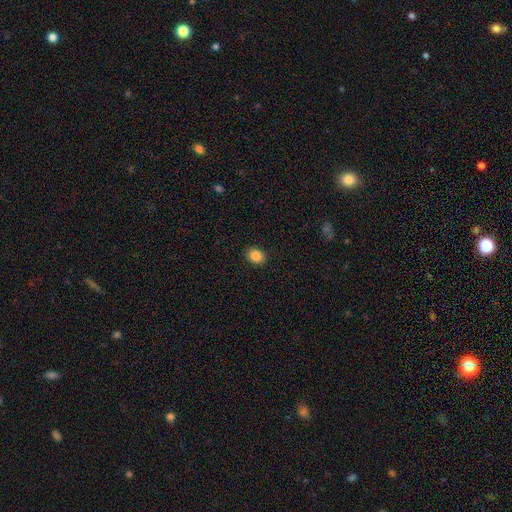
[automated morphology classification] Overall: smooth (86%). How rounded: in between (62%; round 37%). Merging: none (91%).